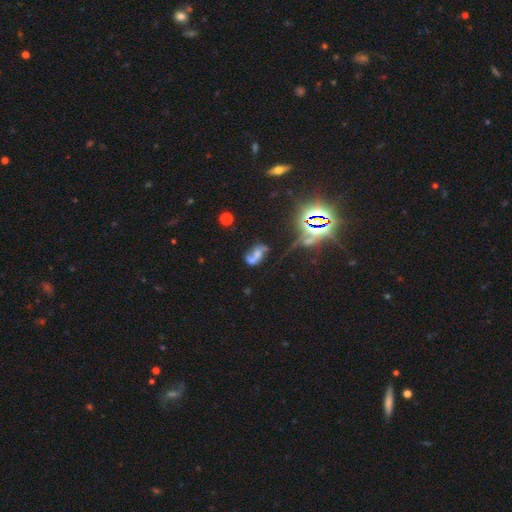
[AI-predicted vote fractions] This is possibly a featured or disk galaxy (50%). It is clearly not viewed edge-on (95%). Merging: marginally merger (37%).